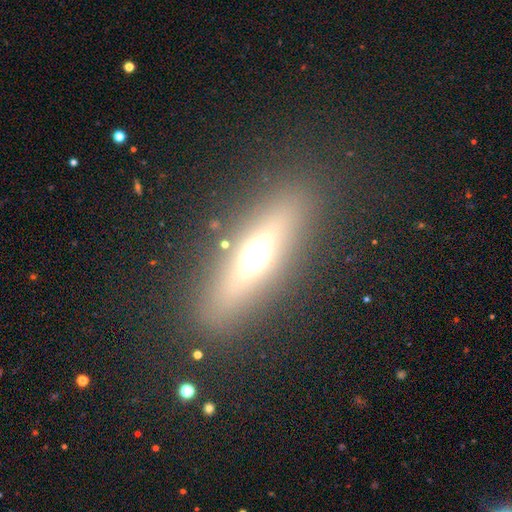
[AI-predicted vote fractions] smooth-or-featured: featured or disk: 47% | smooth: 37% | star or artifact: 16%
  merging: none: 85% | minor disturbance: 9% | major disturbance: 5% | merger: 2%